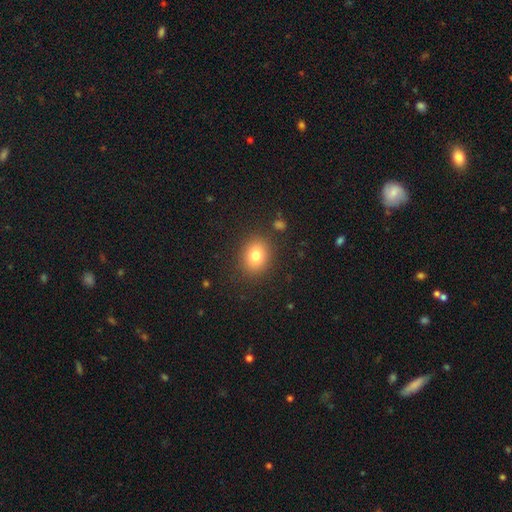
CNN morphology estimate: Smooth or featured?
  - smooth: 80% *
  - star or artifact: 11%
  - featured or disk: 9%
How rounded?
  - round: 56% *
  - in between: 43%
  - cigar-shaped: 1%
Merging?
  - none: 86% *
  - minor disturbance: 9%
  - major disturbance: 3%
  - merger: 2%